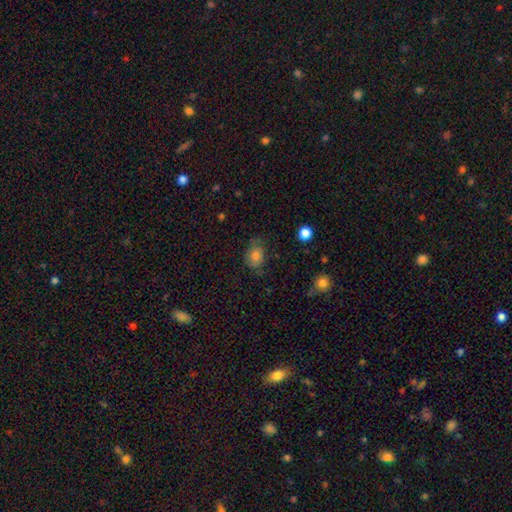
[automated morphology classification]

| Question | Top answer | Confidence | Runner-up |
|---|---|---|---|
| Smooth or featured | smooth | 76% | featured or disk (13%) |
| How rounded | in between | 60% | round (38%) |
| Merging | none | 64% | minor disturbance (27%) |